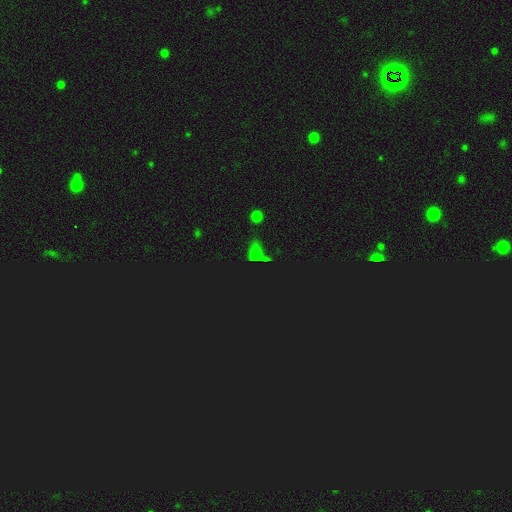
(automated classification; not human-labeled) A star or artifact, not a galaxy (50%).

Vote fractions:
- Smooth or featured? star or artifact: 50% / smooth: 41% / featured or disk: 10%